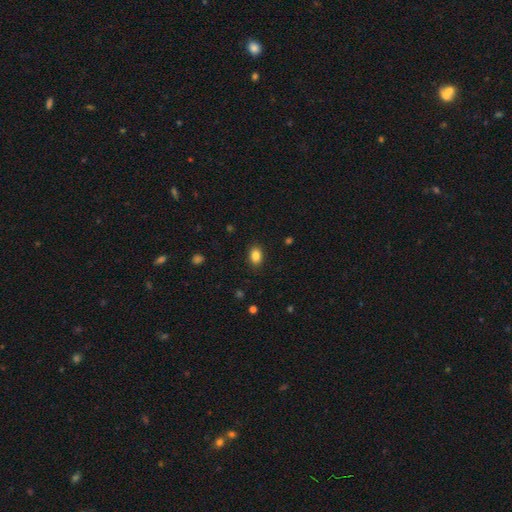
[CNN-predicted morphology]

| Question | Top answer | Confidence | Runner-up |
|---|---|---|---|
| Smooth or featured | smooth | 85% | star or artifact (9%) |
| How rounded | in between | 77% | round (22%) |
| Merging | none | 89% | minor disturbance (8%) |